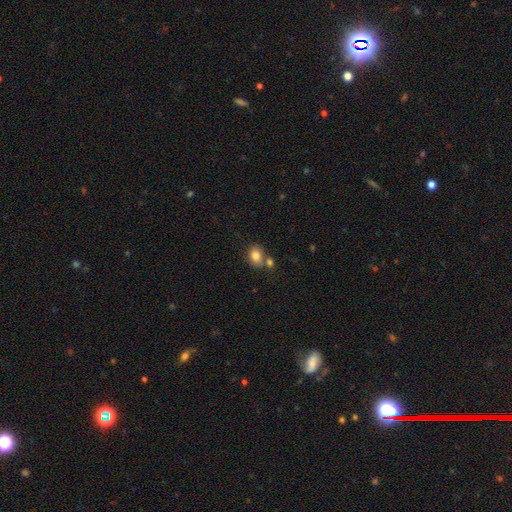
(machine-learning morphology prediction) Overall: smooth (83%). How rounded: in between (63%; round 36%). Merging: none (58%; merger 25%).